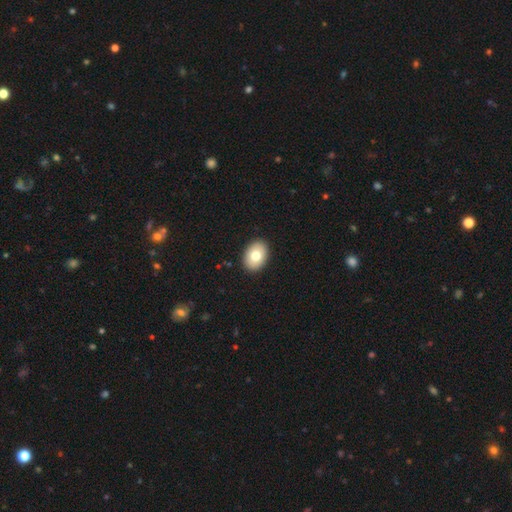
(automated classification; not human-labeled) Smooth or featured: smooth — 78% (featured or disk — 15%)
How rounded: in between — 79% (round — 20%)
Merging: none — 91% (minor disturbance — 7%)